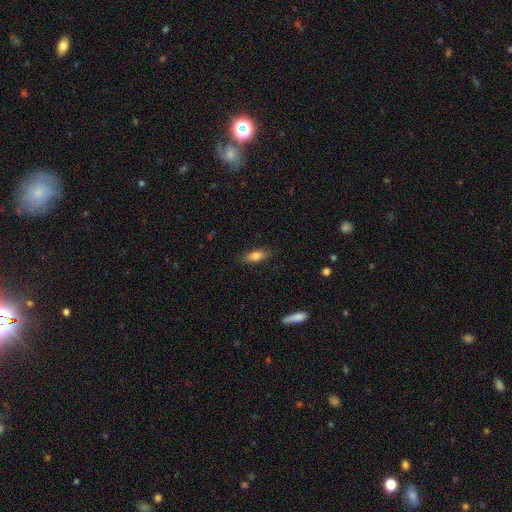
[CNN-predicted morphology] A smooth galaxy with no disk features (77%) that is in between round and cigar-shaped (70%). Merging: none (84%).